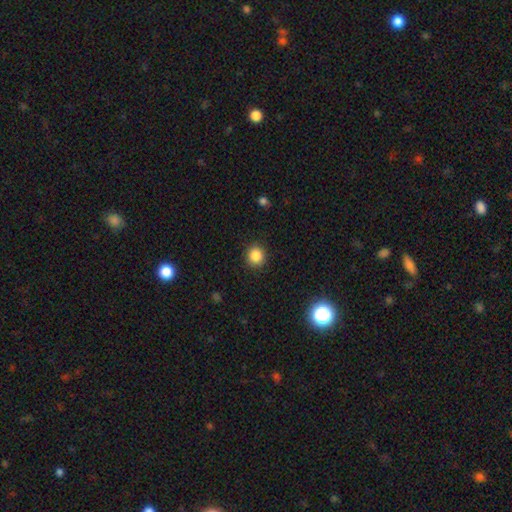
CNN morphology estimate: Smooth or featured? Predicted: smooth (p=0.86). How rounded? Predicted: round (p=0.87). Merging? Predicted: none (p=0.90).